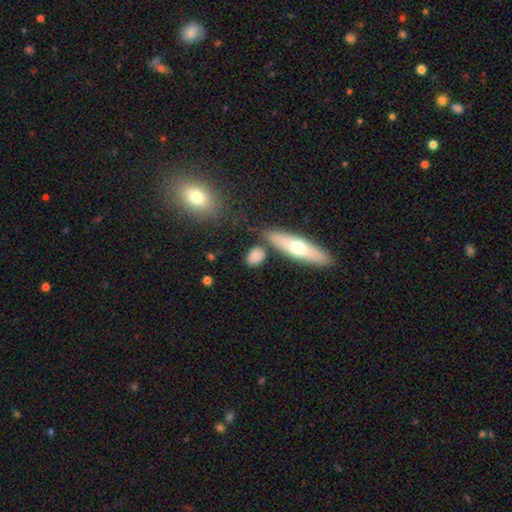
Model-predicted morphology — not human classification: The model was most divided on "how rounded": in between: 61%, round: 28%, cigar-shaped: 11%. More confident: smooth or featured — smooth (79%); merging — none (72%).